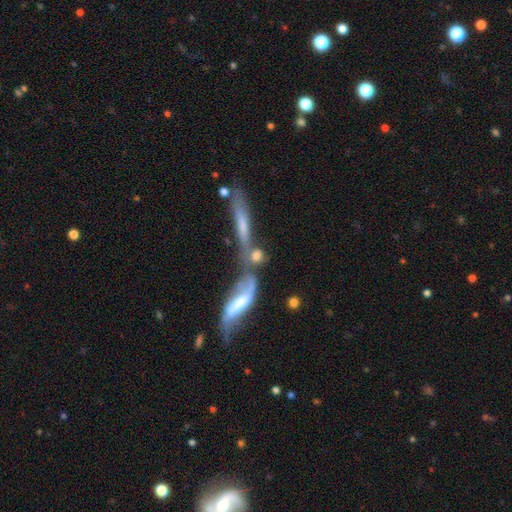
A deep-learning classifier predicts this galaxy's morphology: Smooth or featured?
  - smooth: 59% *
  - featured or disk: 31%
  - star or artifact: 9%
How rounded?
  - cigar-shaped: 51% *
  - in between: 28%
  - round: 21%
Merging?
  - merger: 51% *
  - none: 30%
  - minor disturbance: 11%
  - major disturbance: 8%